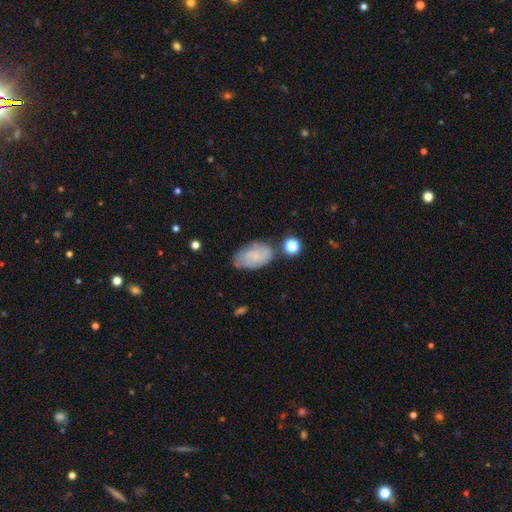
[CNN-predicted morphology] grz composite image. It shows a smooth galaxy with no disk features (56%) that is in between round and cigar-shaped (91%). Merging: none (62%).